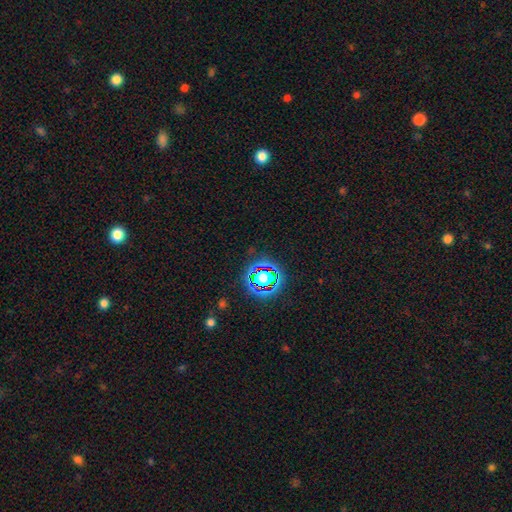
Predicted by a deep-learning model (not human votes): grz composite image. It shows a star or artifact, not a galaxy (79%).